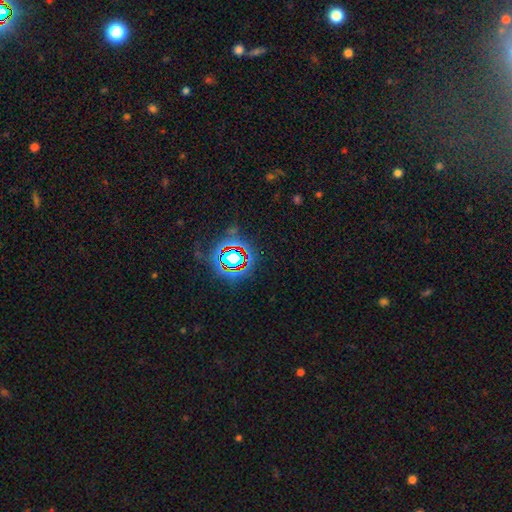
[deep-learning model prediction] smooth-or-featured: star or artifact: 70% | featured or disk: 15% | smooth: 15%